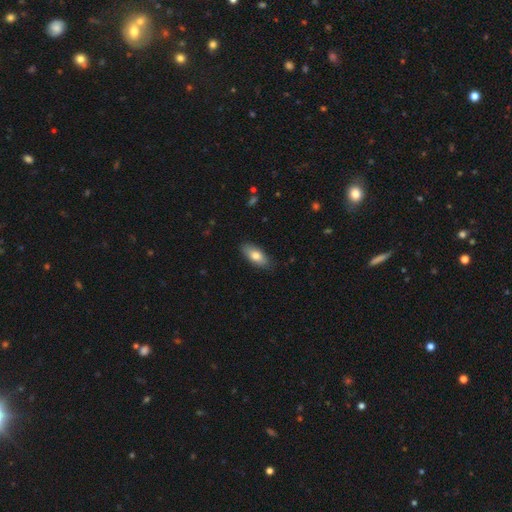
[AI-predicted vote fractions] smooth_or_featured: smooth (p=0.77) [alt: featured or disk p=0.17]
how_rounded: in between (p=0.86) [alt: cigar-shaped p=0.11]
merging: none (p=0.84) [alt: minor disturbance p=0.13]